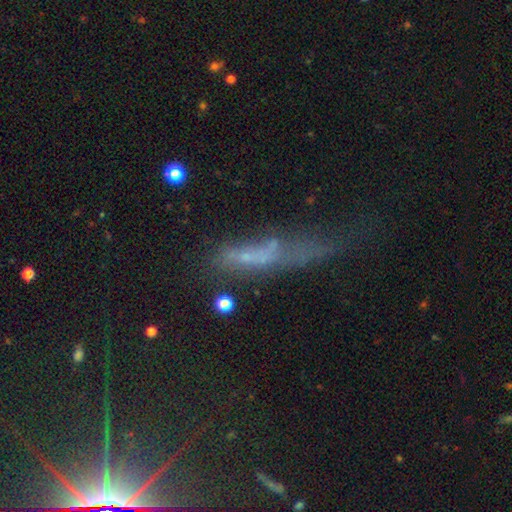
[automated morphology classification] smooth-or-featured: featured or disk: 39% (tied) | smooth: 39% (tied) | star or artifact: 22%
  merging: none: 32% (tied) | major disturbance: 32% (tied) | minor disturbance: 23% | merger: 13%